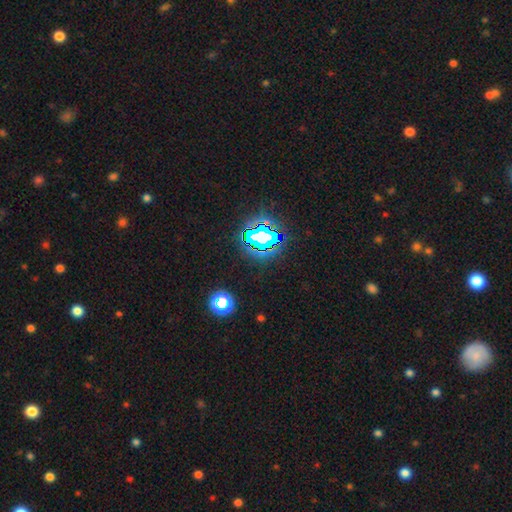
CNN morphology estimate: Smooth or featured? Predicted: star or artifact (p=0.81).